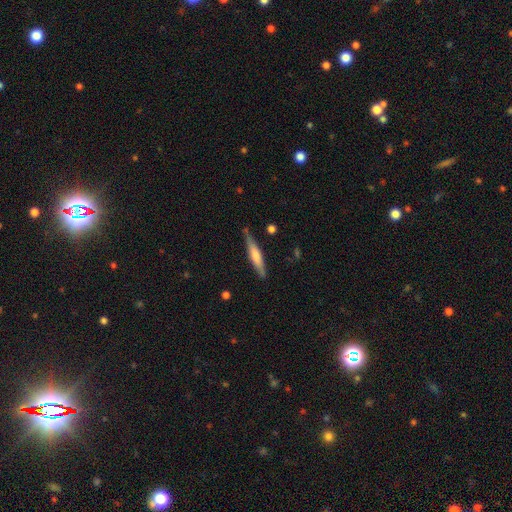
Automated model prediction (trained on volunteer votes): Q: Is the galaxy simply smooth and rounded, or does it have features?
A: smooth — 53%.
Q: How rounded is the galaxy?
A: cigar-shaped — 88%.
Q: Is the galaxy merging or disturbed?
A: none — 80%.